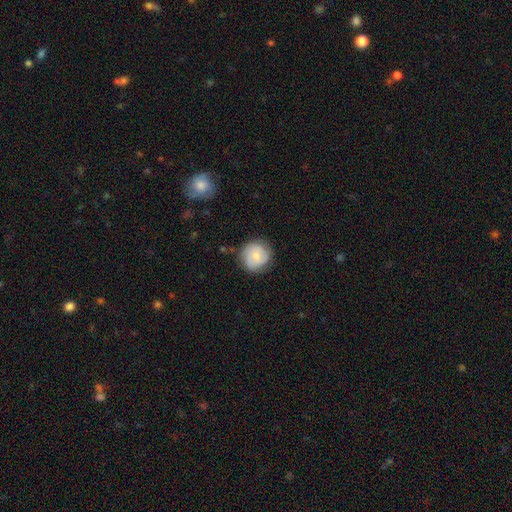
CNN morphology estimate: Smooth or featured: smooth — 65% (featured or disk — 28%)
How rounded: round — 92% (in between — 7%)
Merging: none — 78% (minor disturbance — 16%)